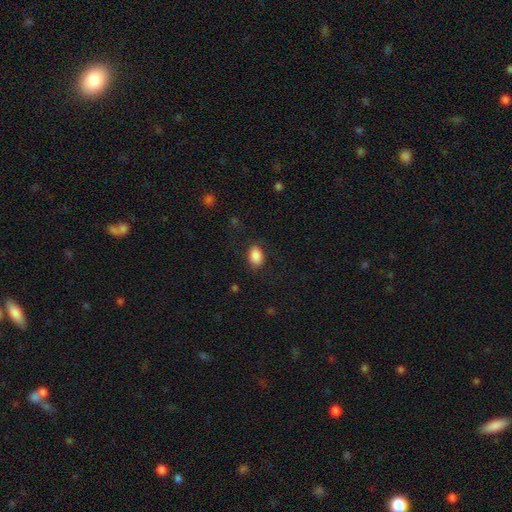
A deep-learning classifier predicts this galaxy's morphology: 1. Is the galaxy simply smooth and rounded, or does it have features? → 88% smooth, 8% star or artifact, 4% featured or disk.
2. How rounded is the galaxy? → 81% in between, 18% round, 1% cigar-shaped.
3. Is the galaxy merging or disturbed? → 81% none, 13% minor disturbance, 5% major disturbance, 1% merger.